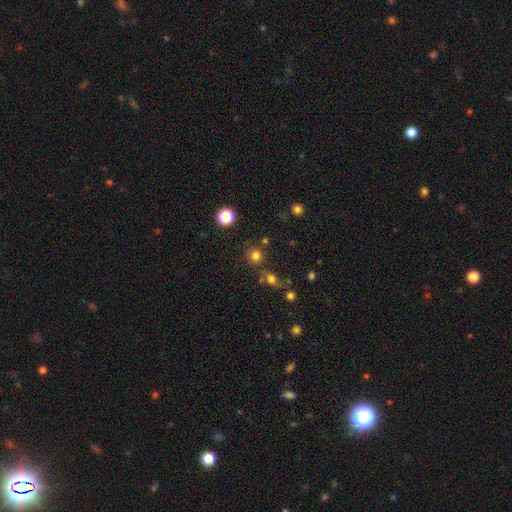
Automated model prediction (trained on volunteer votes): Smooth or featured? smooth (76%)
How rounded? round (92%)
Merging? none (76%)